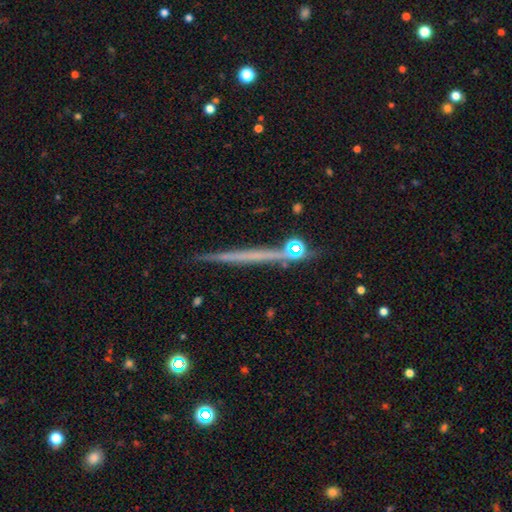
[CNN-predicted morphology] The model was most divided on "smooth or featured": featured or disk: 47%, smooth: 37%, star or artifact: 16%. More confident: merging — none (80%).